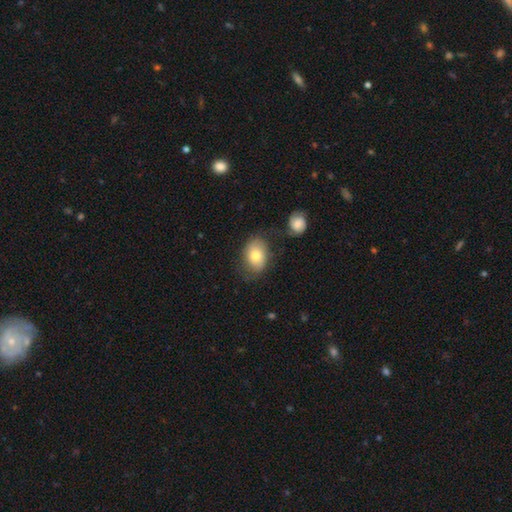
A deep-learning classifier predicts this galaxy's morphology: Overall: smooth (72%). How rounded: in between (76%). Merging: none (61%).